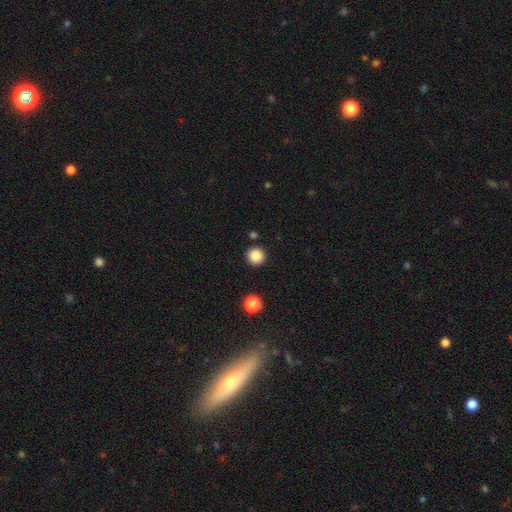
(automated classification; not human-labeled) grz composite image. It shows a smooth galaxy with no disk features (86%) that is round (96%). Merging: none (90%).